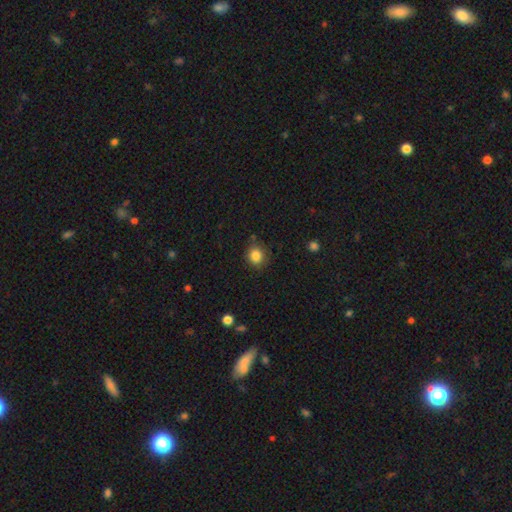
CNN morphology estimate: Overall: smooth (85%). How rounded: round (80%). Merging: none (81%).